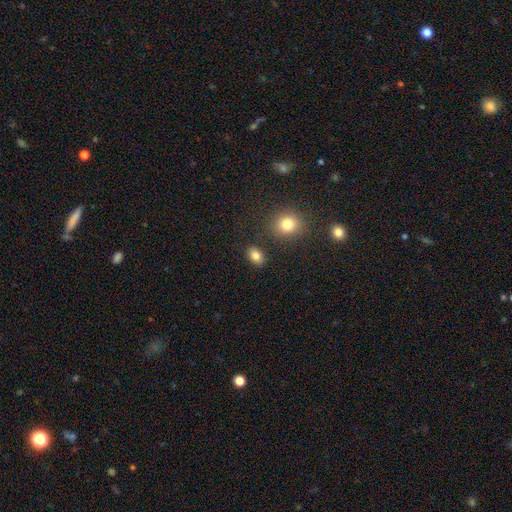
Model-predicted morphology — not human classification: This is clearly a smooth galaxy (83%). How rounded: likely in between (76%). Merging: clearly none (84%).